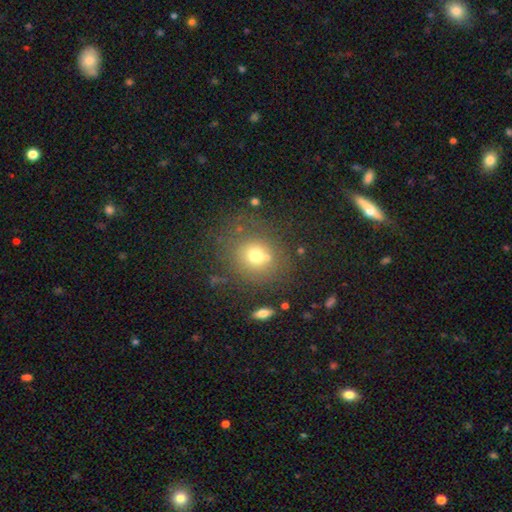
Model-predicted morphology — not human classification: Smooth or featured: smooth — 68% (star or artifact — 17%)
How rounded: round — 78% (in between — 21%)
Merging: none — 68% (minor disturbance — 13%)